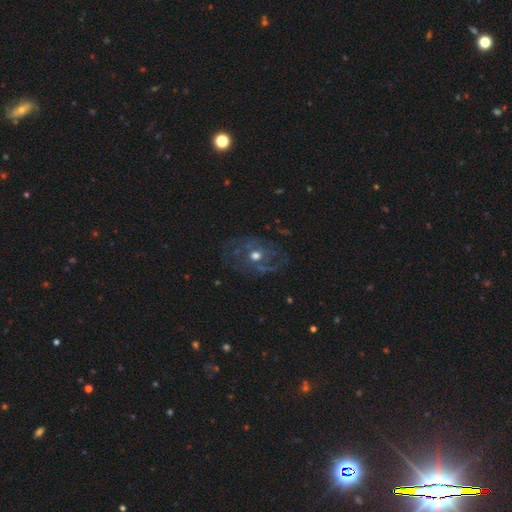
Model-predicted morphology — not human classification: This appears to be a featured or disk galaxy (72%) with no bar (79%), spiral arms (63%) and a moderate central bulge (72%). Merging: none (65%).